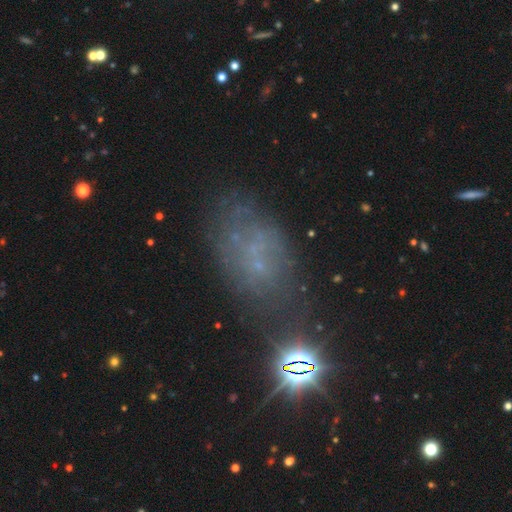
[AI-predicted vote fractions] Q: Smooth or featured?
A: smooth (34%); tied with: star or artifact (34%)
Q: Merging?
A: none (56%); runner-up: minor disturbance (21%)